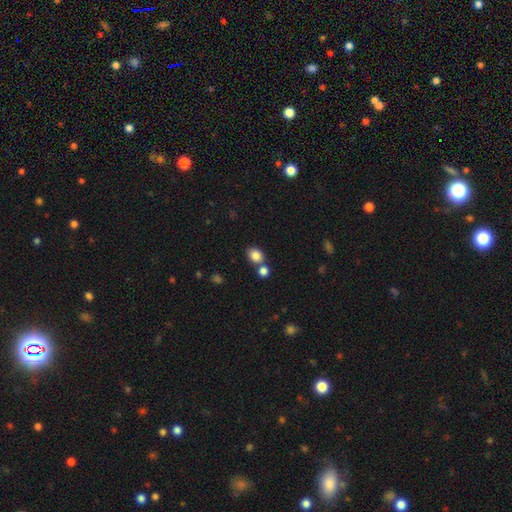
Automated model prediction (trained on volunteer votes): This appears to be a smooth galaxy with no disk features (84%) that is in between round and cigar-shaped (55%). Merging: none (61%).